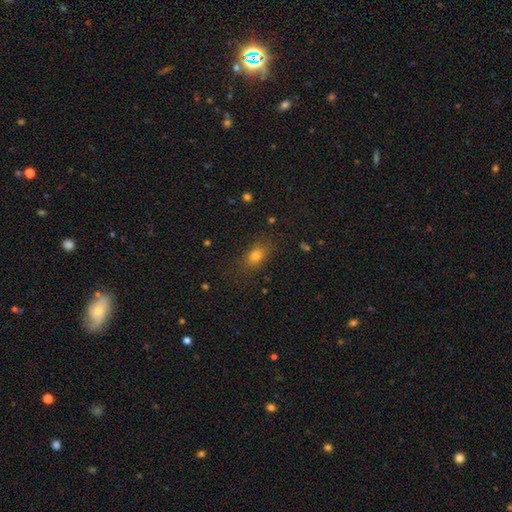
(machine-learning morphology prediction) This is likely a smooth galaxy (75%). How rounded: likely in between (70%). Merging: clearly none (81%).